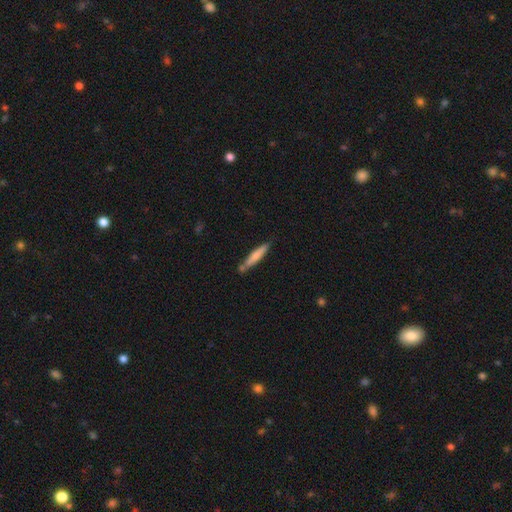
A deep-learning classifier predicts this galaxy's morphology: smooth-or-featured: smooth: 63% | featured or disk: 31% | star or artifact: 5%
  how-rounded: cigar-shaped: 92% | in between: 6% | round: 1%
  merging: none: 74% | minor disturbance: 15% | merger: 8% | major disturbance: 3%